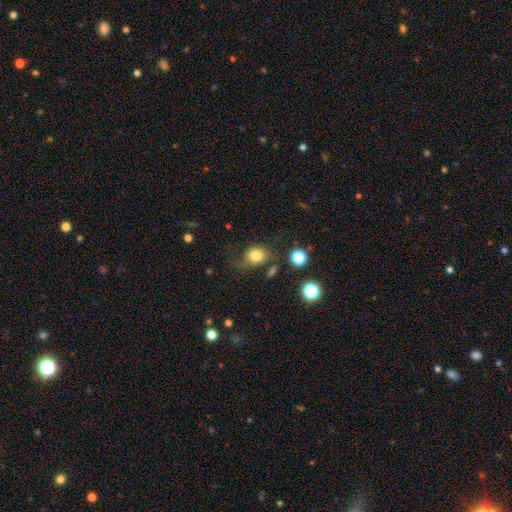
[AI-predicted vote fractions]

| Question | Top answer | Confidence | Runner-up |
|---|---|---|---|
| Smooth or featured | smooth | 79% | star or artifact (11%) |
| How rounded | round | 54% | in between (45%) |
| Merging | none | 51% | minor disturbance (26%) |